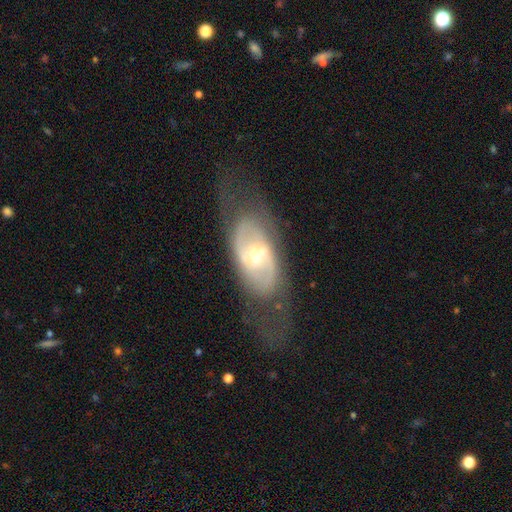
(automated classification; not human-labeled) Smooth or featured: featured or disk — 77% (smooth — 16%)
Edge-on disk: no — 92% (yes — 8%)
Bar: weak — 45% (no — 34%)
Spiral arms: yes — 78% (no — 22%)
Spiral winding: medium — 42% (tight — 35%)
Spiral arm count: 2 — 71% (can't tell — 21%)
Bulge size: small — 51% (moderate — 45%)
Merging: none — 59% (minor disturbance — 19%)